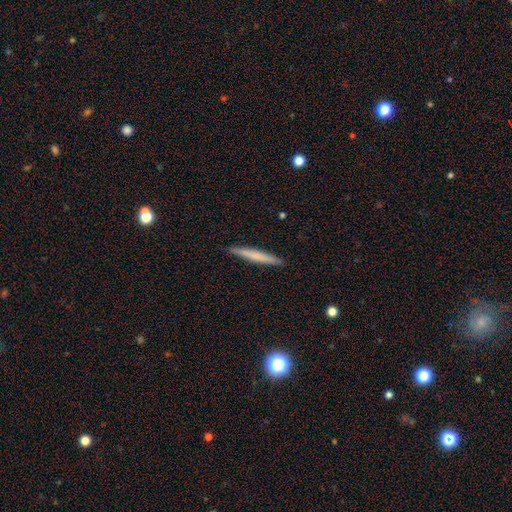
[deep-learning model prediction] A smooth galaxy with no disk features (65%) that is cigar-shaped (96%).

Vote fractions:
- Smooth or featured? smooth: 65% / featured or disk: 29% / star or artifact: 6%
- How rounded? cigar-shaped: 96% / in between: 3% / round: 1%
- Merging? none: 91% / minor disturbance: 6% / major disturbance: 1% / merger: 1%